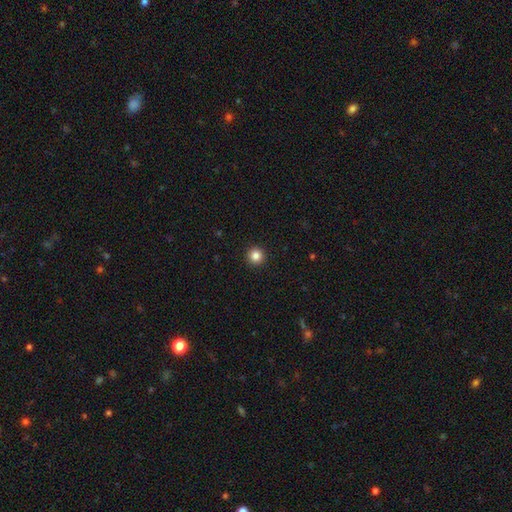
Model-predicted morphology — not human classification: Smooth or featured? Predicted: smooth (p=0.84). How rounded? Predicted: round (p=0.96). Merging? Predicted: none (p=0.94).